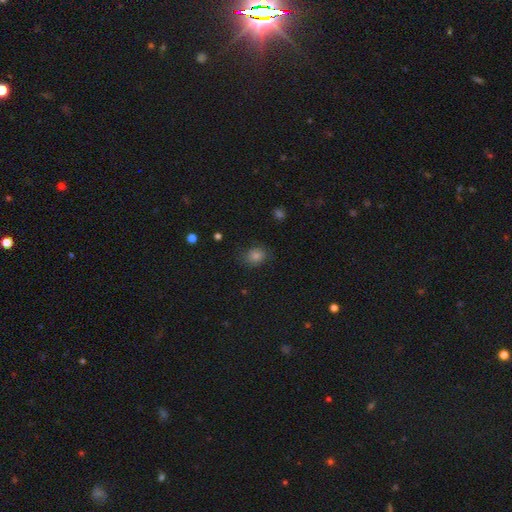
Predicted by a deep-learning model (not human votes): Overall: smooth (68%). How rounded: round (53%; in between 46%). Merging: none (76%).